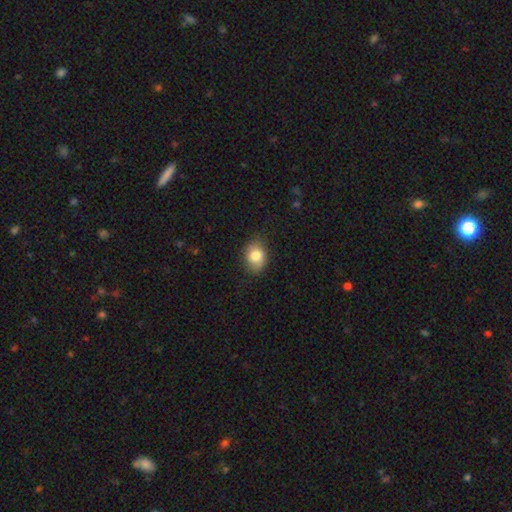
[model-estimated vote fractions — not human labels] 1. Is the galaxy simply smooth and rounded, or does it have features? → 82% smooth, 10% featured or disk, 9% star or artifact.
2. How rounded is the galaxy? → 63% in between, 36% round, 1% cigar-shaped.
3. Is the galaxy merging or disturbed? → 75% none, 20% minor disturbance, 4% major disturbance, 1% merger.